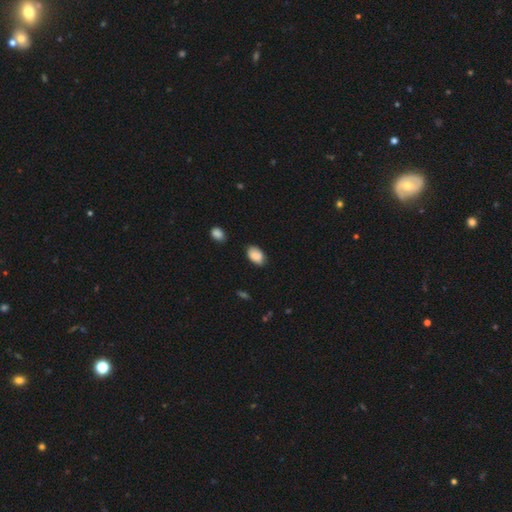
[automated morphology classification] Smooth or featured?
  - smooth: 87% *
  - star or artifact: 7%
  - featured or disk: 6%
How rounded?
  - in between: 91% *
  - round: 8%
  - cigar-shaped: 1%
Merging?
  - none: 77% *
  - minor disturbance: 18%
  - major disturbance: 3%
  - merger: 2%